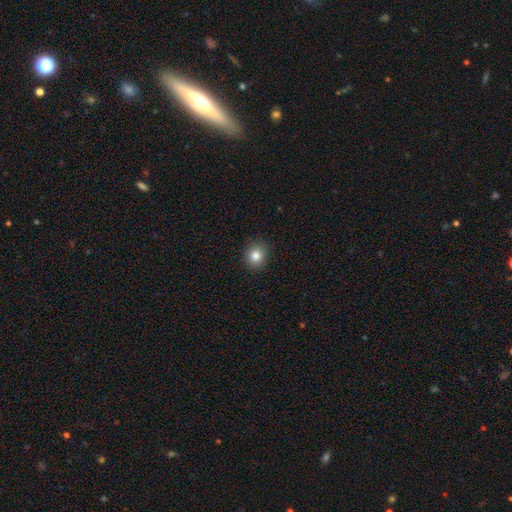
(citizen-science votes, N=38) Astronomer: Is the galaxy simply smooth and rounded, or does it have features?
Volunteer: smooth — 82%.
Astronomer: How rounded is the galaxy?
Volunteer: round — 94%.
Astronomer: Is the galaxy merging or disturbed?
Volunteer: none — 91%.